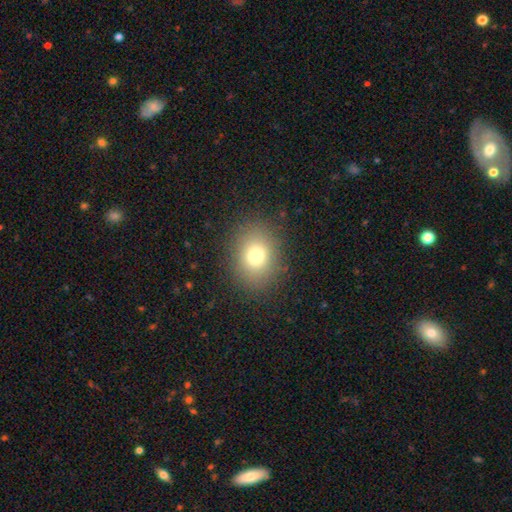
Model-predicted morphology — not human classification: A smooth galaxy with no disk features (76%) that is round (53%).

Vote fractions:
- Smooth or featured? smooth: 76% / star or artifact: 13% / featured or disk: 11%
- How rounded? round: 53% / in between: 46% / cigar-shaped: 1%
- Merging? none: 87% / minor disturbance: 8% / major disturbance: 4% / merger: 1%